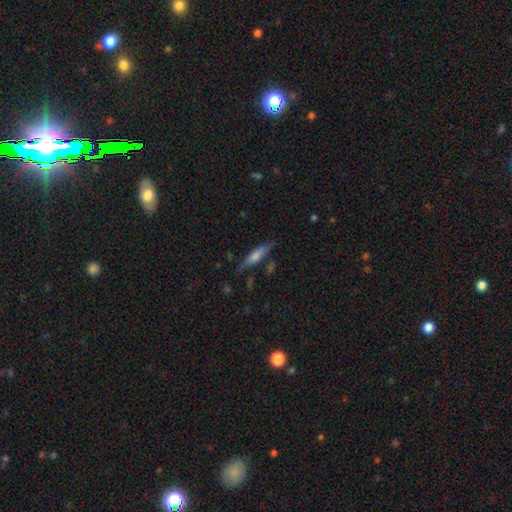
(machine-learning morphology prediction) This is possibly a featured or disk galaxy (51%). It is clearly viewed edge-on (91%). Merging: likely none (78%).